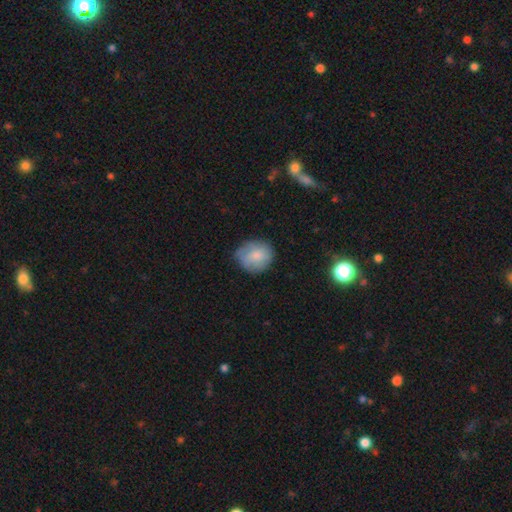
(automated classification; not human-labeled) smooth-or-featured: smooth: 73% | featured or disk: 19% | star or artifact: 7%
  how-rounded: round: 79% | in between: 20% | cigar-shaped: 1%
  merging: none: 67% | minor disturbance: 25% | major disturbance: 7% | merger: 1%